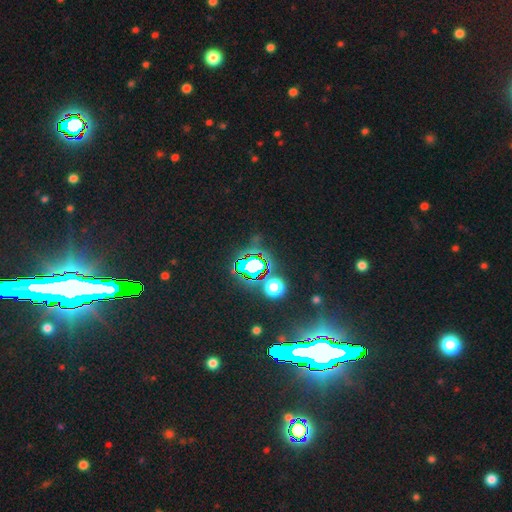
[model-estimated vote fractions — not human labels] Q: Smooth or featured?
A: star or artifact (85%); runner-up: featured or disk (8%)